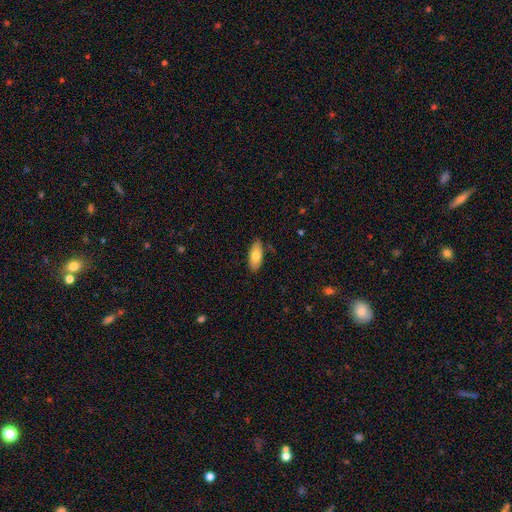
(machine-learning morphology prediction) Smooth or featured: smooth — 74% (featured or disk — 20%)
How rounded: in between — 85% (cigar-shaped — 12%)
Merging: none — 85% (minor disturbance — 12%)